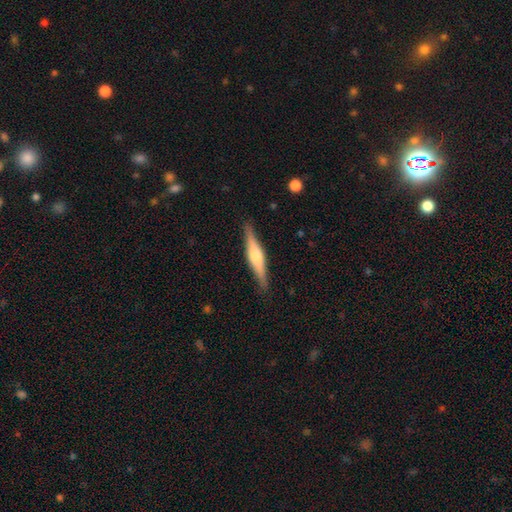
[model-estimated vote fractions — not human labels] smooth-or-featured: featured or disk: 67% | smooth: 28% | star or artifact: 5%
  disk-edge-on: yes: 97% | no: 3%
    edge-on-bulge: rounded: 87% | boxy: 9% | none: 3%
  merging: none: 89% | minor disturbance: 8% | major disturbance: 2% | merger: 1%